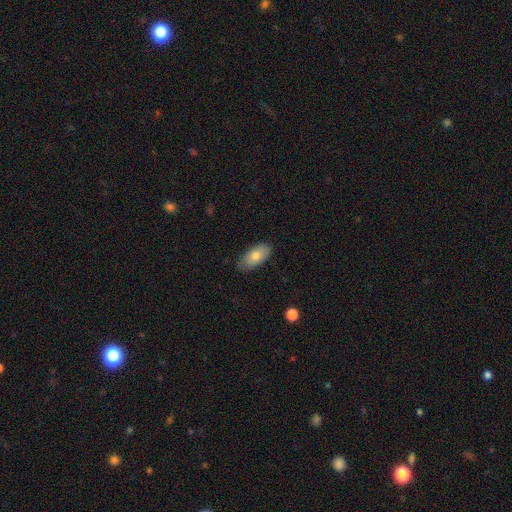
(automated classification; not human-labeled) smooth-or-featured: smooth: 75% | featured or disk: 19% | star or artifact: 6%
  how-rounded: in between: 92% | cigar-shaped: 5% | round: 3%
  merging: none: 82% | minor disturbance: 15% | major disturbance: 2% | merger: 1%